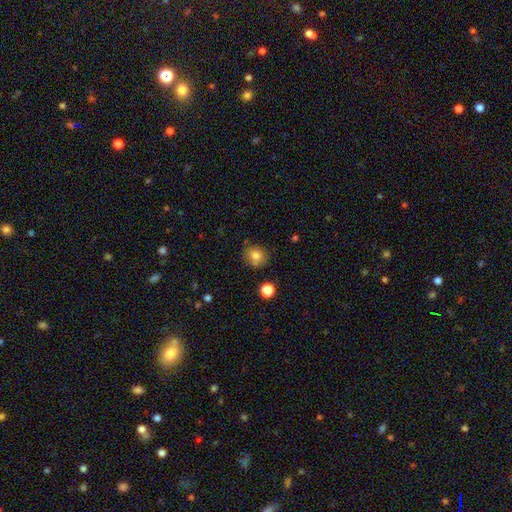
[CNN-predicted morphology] smooth 79%, star or artifact 11%, featured or disk 9%. Down the decision tree: how rounded — round (78%); merging — none (74%).